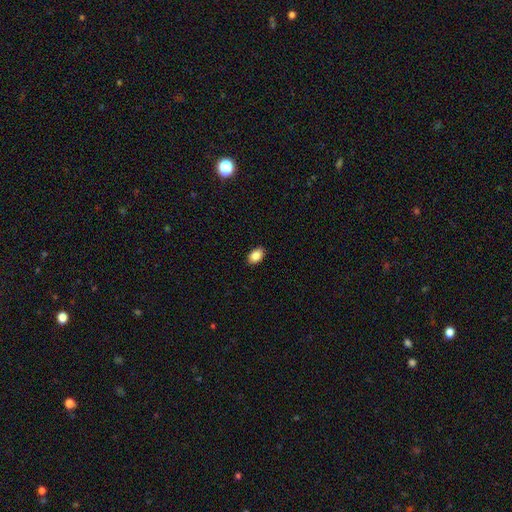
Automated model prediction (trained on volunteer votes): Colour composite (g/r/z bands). It shows a smooth galaxy with no disk features (88%) that is in between round and cigar-shaped (89%). Merging: none (89%).